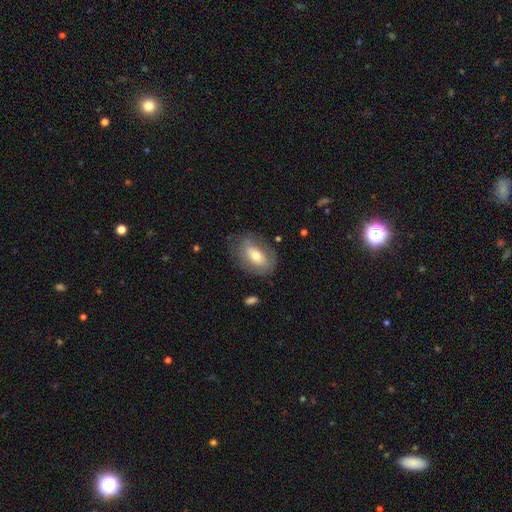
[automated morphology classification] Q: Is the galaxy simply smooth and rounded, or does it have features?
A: smooth — 48%.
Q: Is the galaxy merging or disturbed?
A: none — 70%.